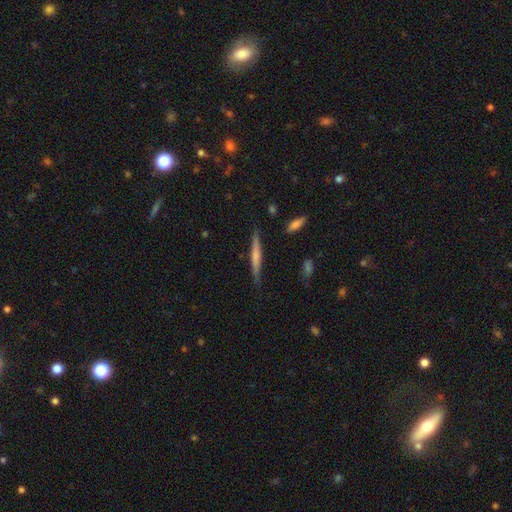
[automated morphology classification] type=smooth (50%); merging=none (86%).